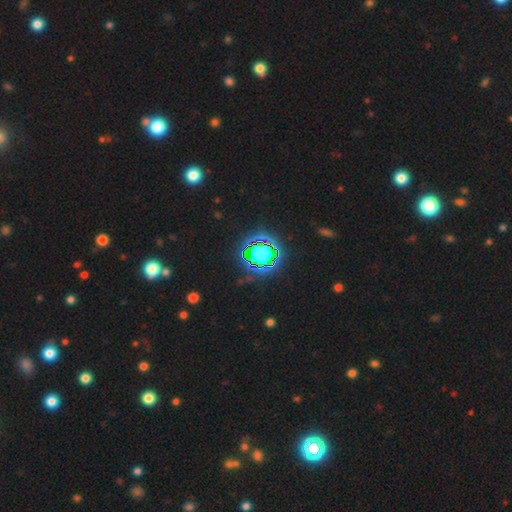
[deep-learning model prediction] This is clearly a star or artifact rather than a galaxy (80%).